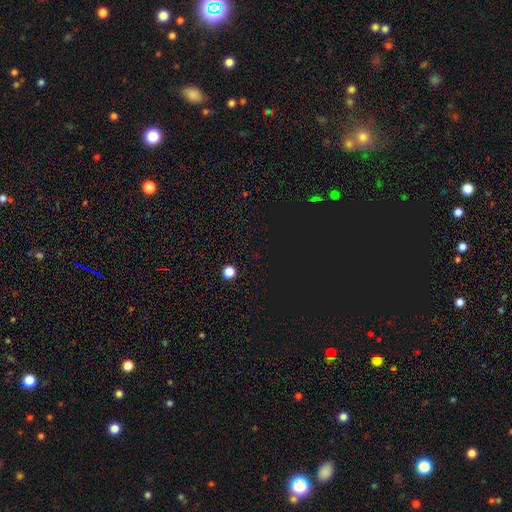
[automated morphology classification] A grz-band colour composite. It shows a star or artifact, not a galaxy (57%).